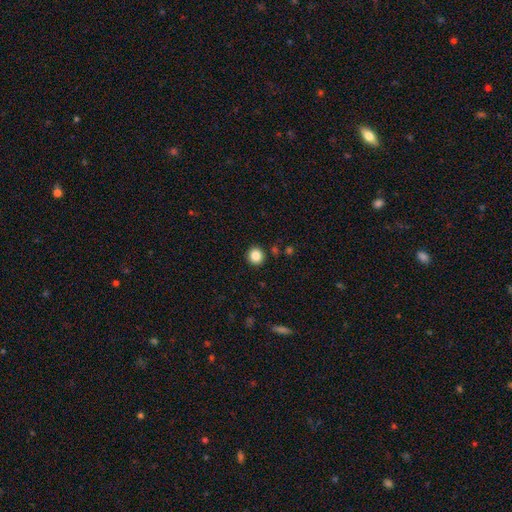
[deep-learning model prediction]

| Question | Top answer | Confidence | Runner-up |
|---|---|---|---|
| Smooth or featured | smooth | 86% | star or artifact (10%) |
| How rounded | round | 90% | in between (9%) |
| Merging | none | 91% | minor disturbance (5%) |